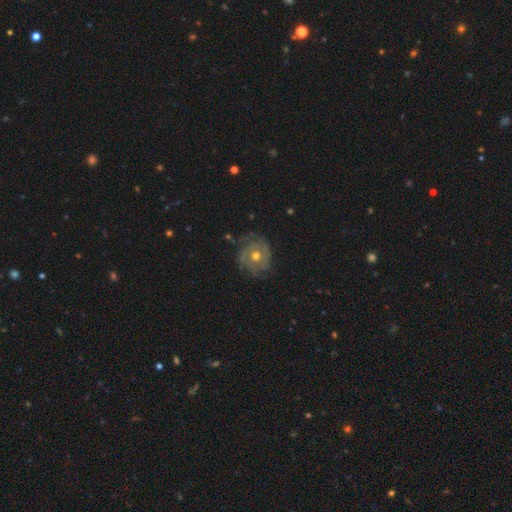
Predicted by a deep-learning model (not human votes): A featured or disk galaxy (76%) with no bar (84%), tight (68%) spiral arms (84%) and a moderate central bulge (77%). Merging: none (71%).